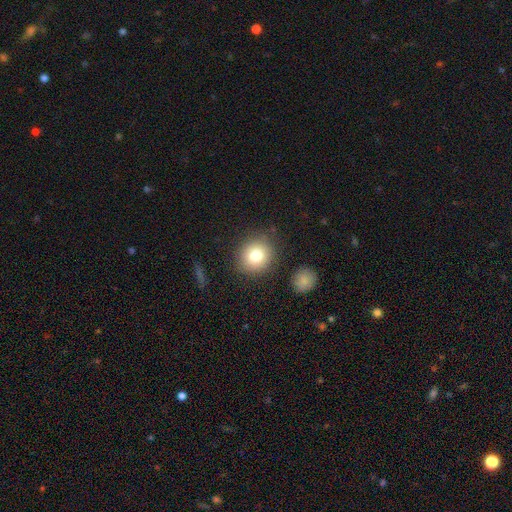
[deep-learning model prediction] Smooth or featured: smooth — 79% (star or artifact — 11%)
How rounded: round — 83% (in between — 16%)
Merging: none — 84% (minor disturbance — 9%)